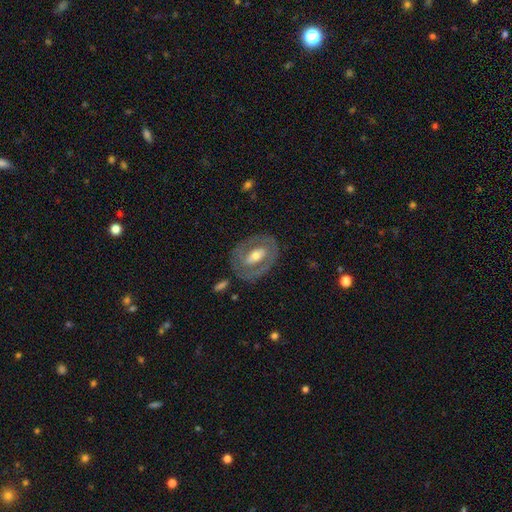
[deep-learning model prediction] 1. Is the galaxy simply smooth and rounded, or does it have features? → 64% featured or disk, 30% smooth, 6% star or artifact.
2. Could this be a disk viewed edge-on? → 93% no, 7% yes.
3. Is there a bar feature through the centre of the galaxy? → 40% no, 33% weak, 27% strong.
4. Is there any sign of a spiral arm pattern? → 66% no, 34% yes.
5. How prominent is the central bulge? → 60% moderate, 25% small, 12% large, 1% dominant, 1% none.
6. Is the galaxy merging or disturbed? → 77% none, 13% minor disturbance, 8% major disturbance, 2% merger.